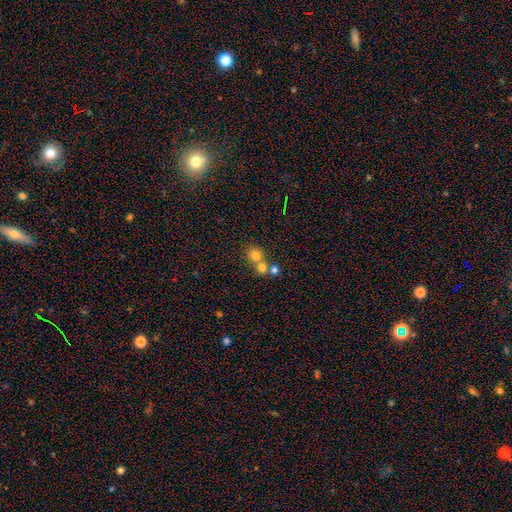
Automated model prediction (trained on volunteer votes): Smooth or featured? smooth (74%)
How rounded? round (86%)
Merging? merger (47%)